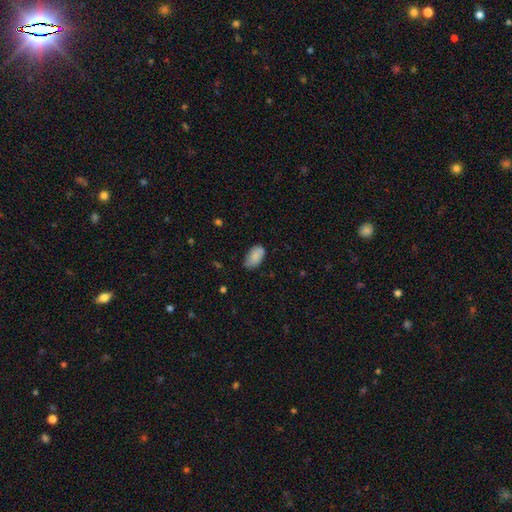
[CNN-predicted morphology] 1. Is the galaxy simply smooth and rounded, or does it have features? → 84% smooth, 9% featured or disk, 7% star or artifact.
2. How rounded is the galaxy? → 94% in between, 5% round, 2% cigar-shaped.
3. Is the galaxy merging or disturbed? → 66% none, 27% minor disturbance, 5% major disturbance, 2% merger.